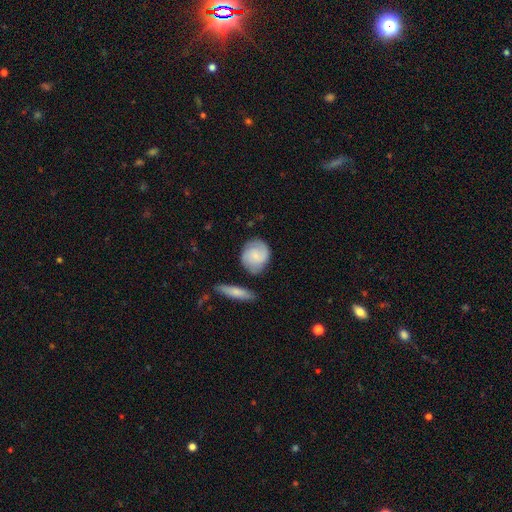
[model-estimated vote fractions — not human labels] A smooth galaxy with no disk features (57%) that is round (71%). Merging: none (71%).